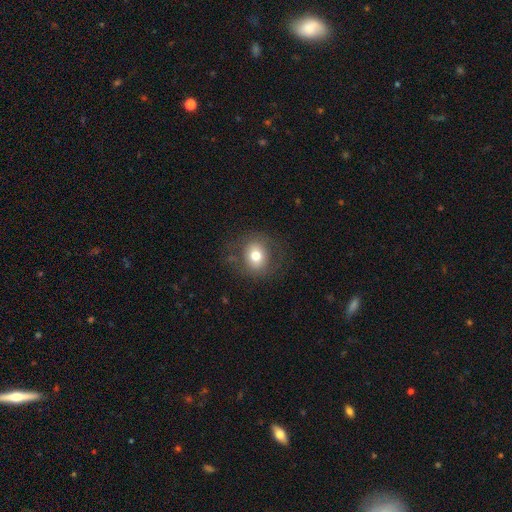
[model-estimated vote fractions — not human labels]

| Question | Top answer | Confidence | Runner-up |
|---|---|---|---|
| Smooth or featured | smooth | 71% | featured or disk (18%) |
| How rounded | round | 75% | in between (24%) |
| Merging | none | 78% | minor disturbance (13%) |